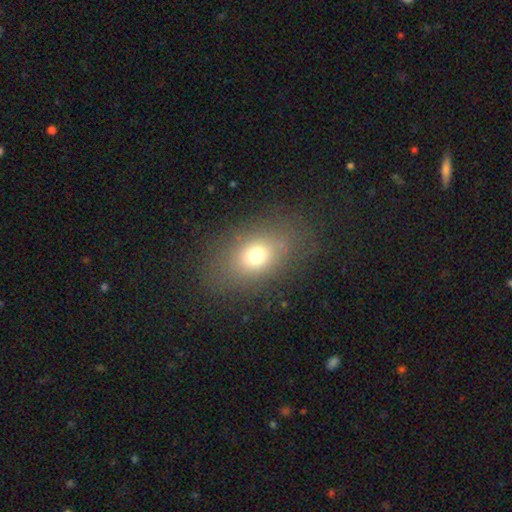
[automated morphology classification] smooth_or_featured: smooth (p=0.70) [alt: featured or disk p=0.16]
how_rounded: in between (p=0.74) [alt: round p=0.24]
merging: none (p=0.80) [alt: minor disturbance p=0.11]